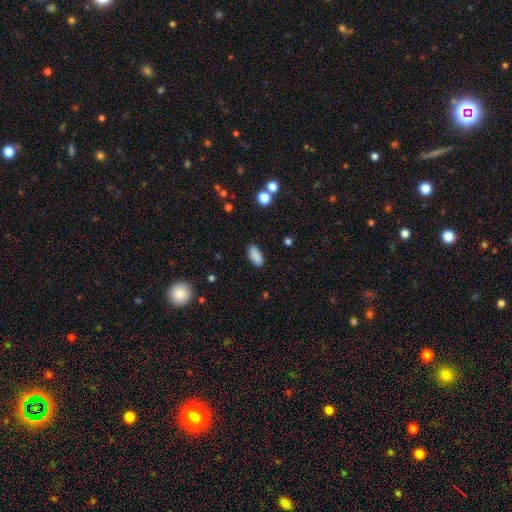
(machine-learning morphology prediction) type=smooth (88%); roundness=in between (89%); merging=none (87%).